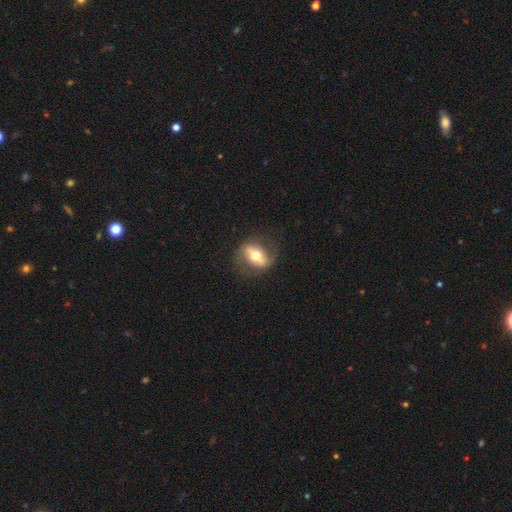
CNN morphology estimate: This appears to be a featured or disk galaxy (54%). Merging: none (77%).